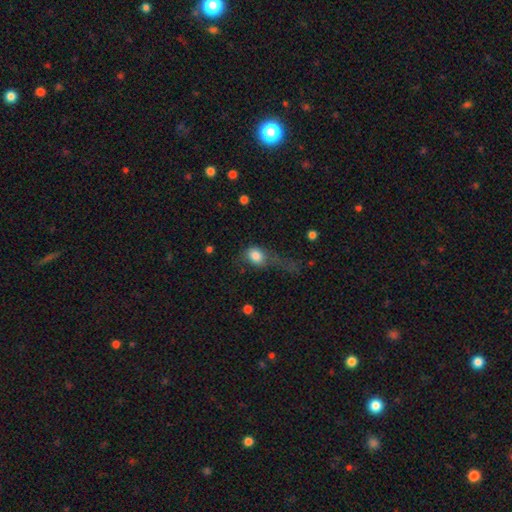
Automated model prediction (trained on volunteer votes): smooth-or-featured: smooth: 79% | featured or disk: 12% | star or artifact: 9%
  how-rounded: in between: 53% | round: 44% | cigar-shaped: 3%
  merging: major disturbance: 50% | none: 22% | minor disturbance: 21% | merger: 7%